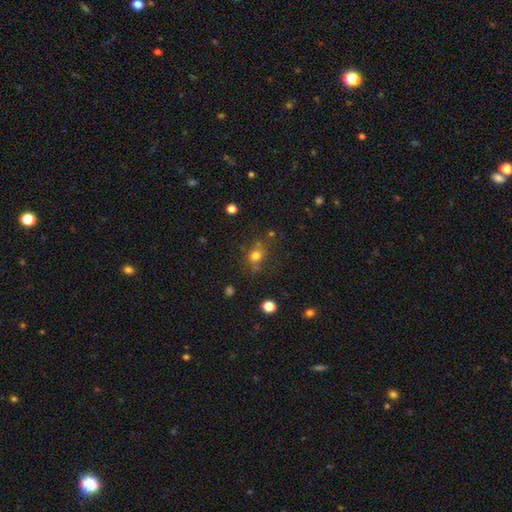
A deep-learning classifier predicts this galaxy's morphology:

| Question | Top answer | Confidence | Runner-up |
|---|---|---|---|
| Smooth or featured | smooth | 72% | star or artifact (19%) |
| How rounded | round | 79% | in between (19%) |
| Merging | none | 67% | minor disturbance (14%) |